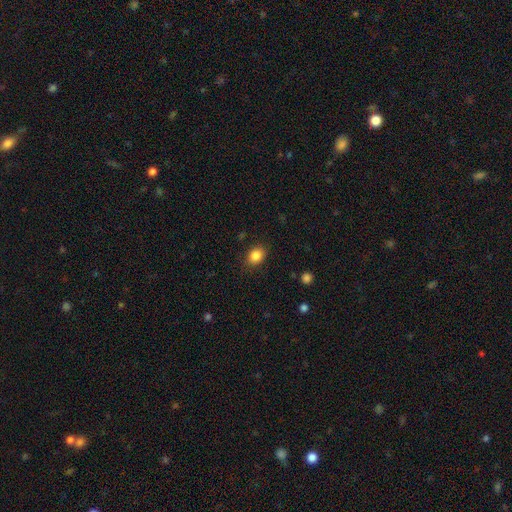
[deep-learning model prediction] Smooth or featured: smooth — 86% (star or artifact — 9%)
How rounded: in between — 57% (round — 42%)
Merging: none — 84% (minor disturbance — 11%)